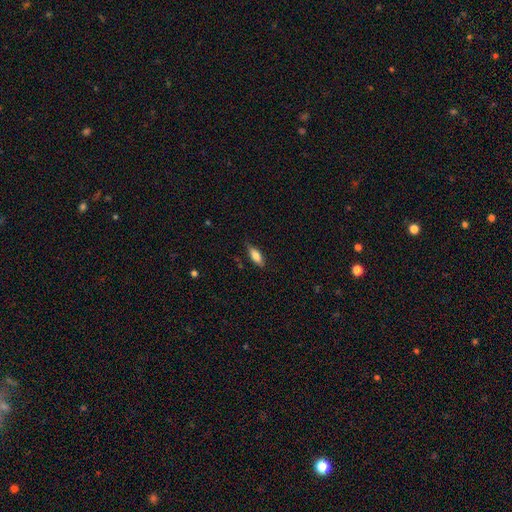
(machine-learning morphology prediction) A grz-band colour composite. It shows a smooth galaxy with no disk features (80%) that is in between round and cigar-shaped (74%). Merging: none (78%).